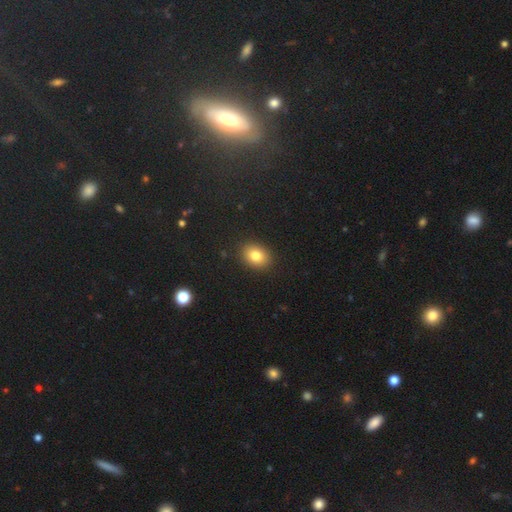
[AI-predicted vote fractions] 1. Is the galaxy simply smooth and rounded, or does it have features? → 81% smooth, 10% star or artifact, 9% featured or disk.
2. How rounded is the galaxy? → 65% in between, 34% round, 1% cigar-shaped.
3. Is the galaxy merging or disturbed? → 89% none, 7% minor disturbance, 2% major disturbance, 1% merger.